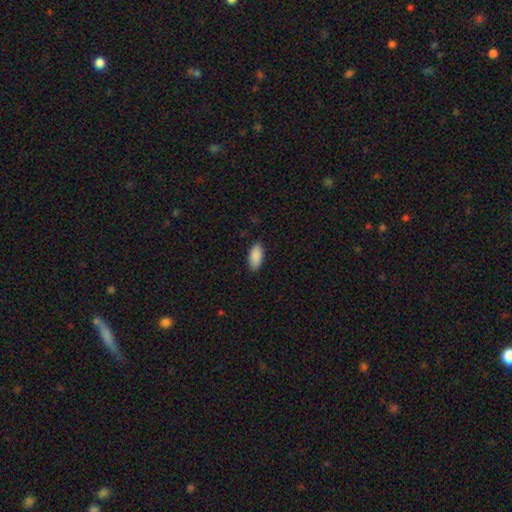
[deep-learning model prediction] smooth-or-featured: smooth: 90% | star or artifact: 6% | featured or disk: 4%
  how-rounded: in between: 92% | cigar-shaped: 6% | round: 2%
  merging: none: 87% | minor disturbance: 10% | major disturbance: 2% | merger: 1%